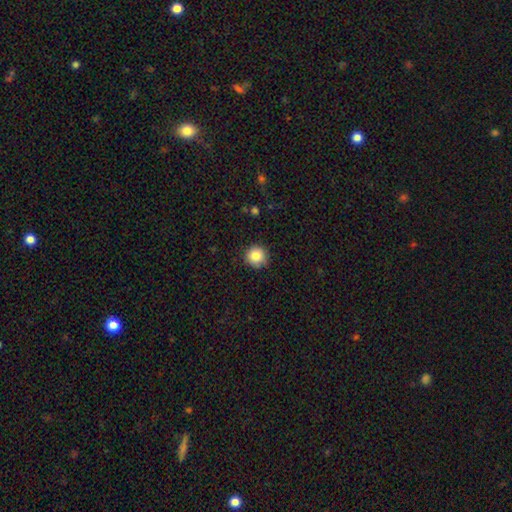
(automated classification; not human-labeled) Overall: smooth (84%). How rounded: round (94%). Merging: none (88%).